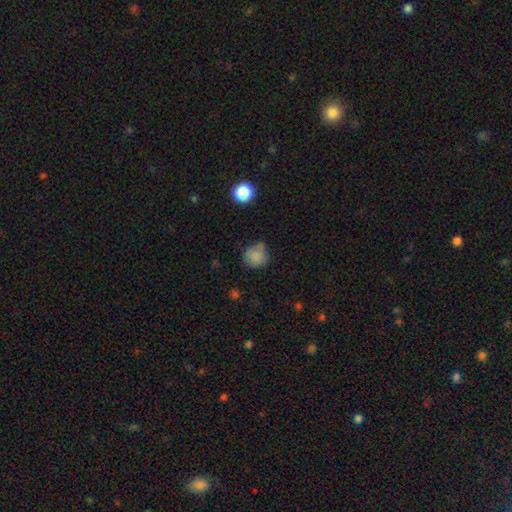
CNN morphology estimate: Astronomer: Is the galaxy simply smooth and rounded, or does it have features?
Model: smooth — 82%.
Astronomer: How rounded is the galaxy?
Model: round — 85%.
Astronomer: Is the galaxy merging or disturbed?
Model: none — 63%.